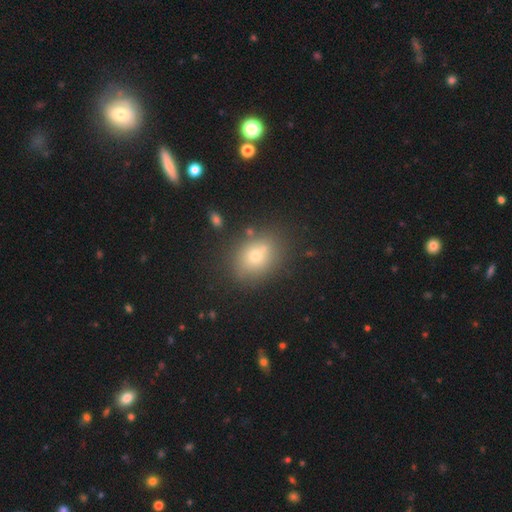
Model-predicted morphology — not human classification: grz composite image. It shows a smooth galaxy with no disk features (69%) that is in between round and cigar-shaped (54%). Merging: none (73%).